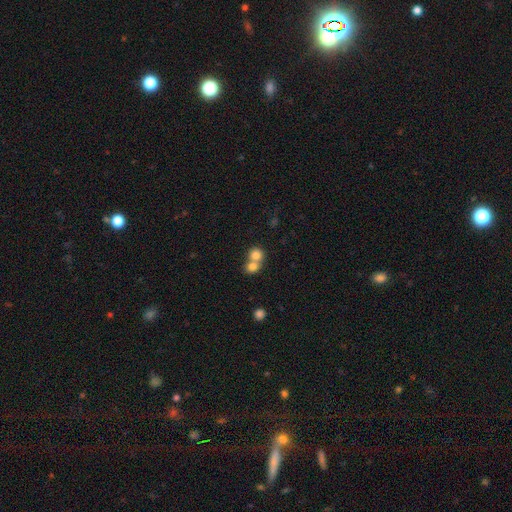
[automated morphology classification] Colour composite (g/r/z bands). It shows a smooth galaxy with no disk features (79%) that is round (80%). Merging: merger (62%).